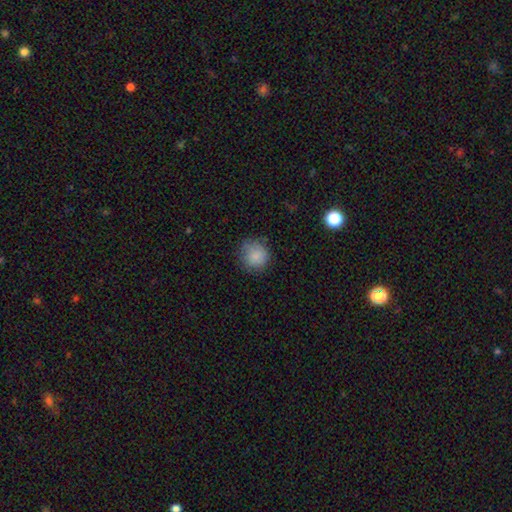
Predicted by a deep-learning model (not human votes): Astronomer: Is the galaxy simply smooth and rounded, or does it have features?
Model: smooth — 84%.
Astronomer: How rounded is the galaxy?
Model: round — 90%.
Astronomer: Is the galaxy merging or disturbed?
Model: none — 75%.